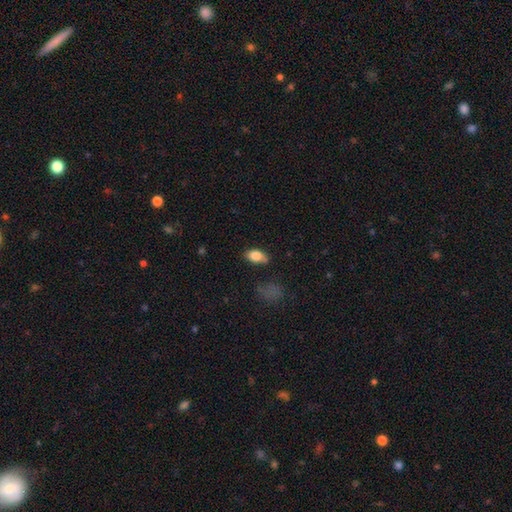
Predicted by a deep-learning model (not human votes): Smooth or featured?
  - smooth: 84% *
  - star or artifact: 8%
  - featured or disk: 8%
How rounded?
  - in between: 88% *
  - round: 9%
  - cigar-shaped: 3%
Merging?
  - none: 63% *
  - minor disturbance: 26%
  - major disturbance: 6%
  - merger: 5%